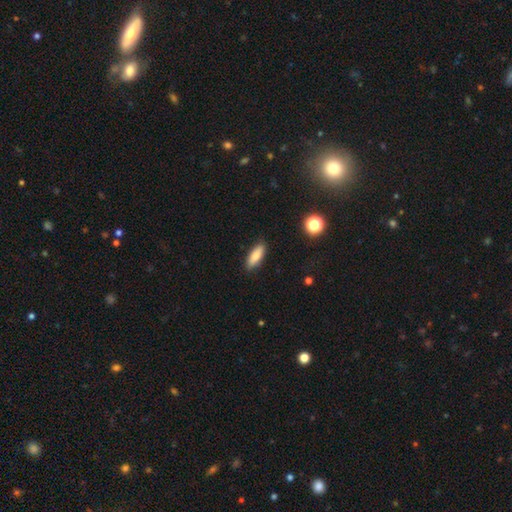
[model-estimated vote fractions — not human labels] A smooth galaxy with no disk features (81%) that is in between round and cigar-shaped (62%).

Vote fractions:
- Smooth or featured? smooth: 81% / featured or disk: 11% / star or artifact: 7%
- How rounded? in between: 62% / cigar-shaped: 36% / round: 2%
- Merging? none: 87% / minor disturbance: 10% / major disturbance: 2% / merger: 1%